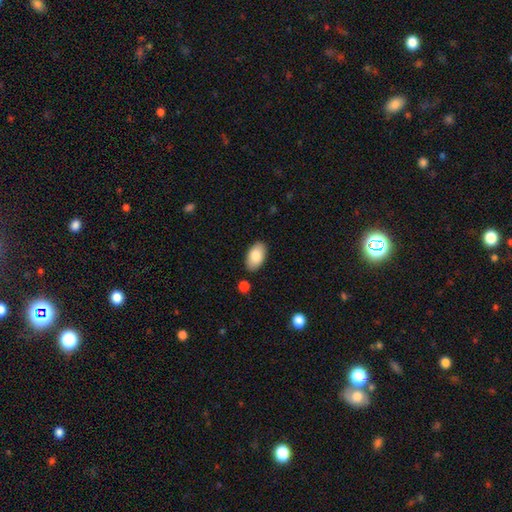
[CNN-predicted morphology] smooth 84%, featured or disk 10%, star or artifact 6%. Down the decision tree: how rounded — in between (95%); merging — none (86%).